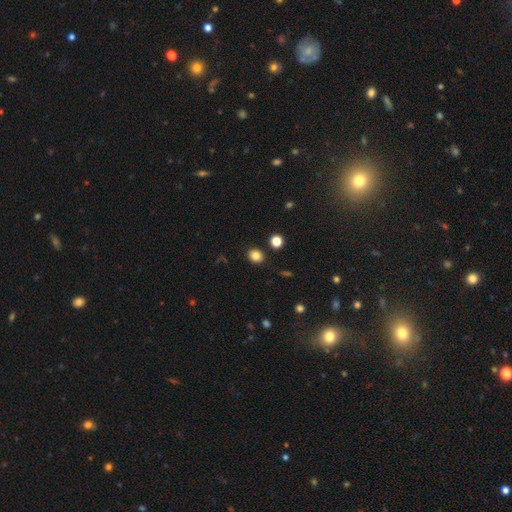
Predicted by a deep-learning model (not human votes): Smooth or featured? Predicted: smooth (p=0.83). How rounded? Predicted: round (p=0.68). Merging? Predicted: none (p=0.88).